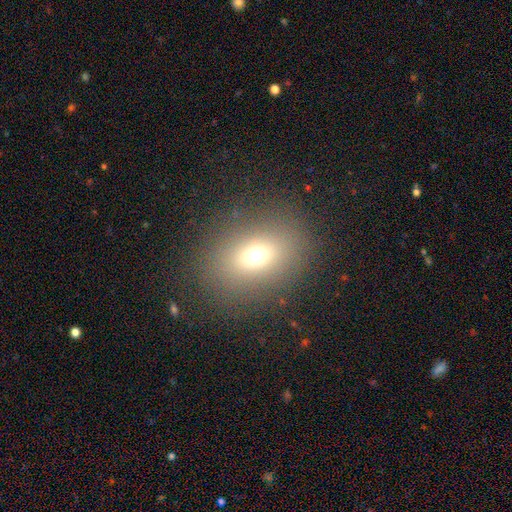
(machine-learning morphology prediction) smooth_or_featured: smooth (p=0.69) [alt: star or artifact p=0.17]
how_rounded: in between (p=0.62) [alt: round p=0.36]
merging: none (p=0.86) [alt: minor disturbance p=0.08]